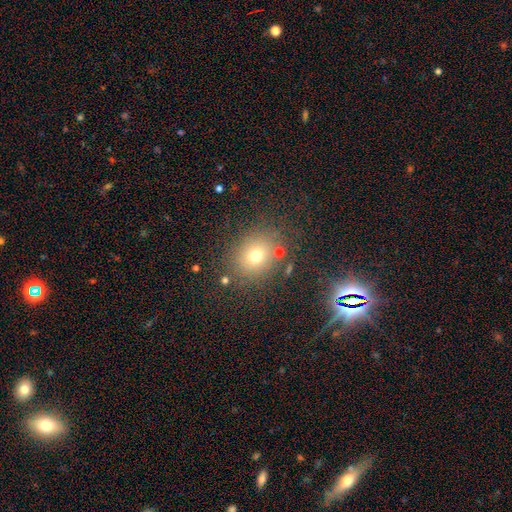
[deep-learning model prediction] Smooth or featured: smooth — 70% (star or artifact — 18%)
How rounded: round — 70% (in between — 30%)
Merging: none — 80% (minor disturbance — 11%)